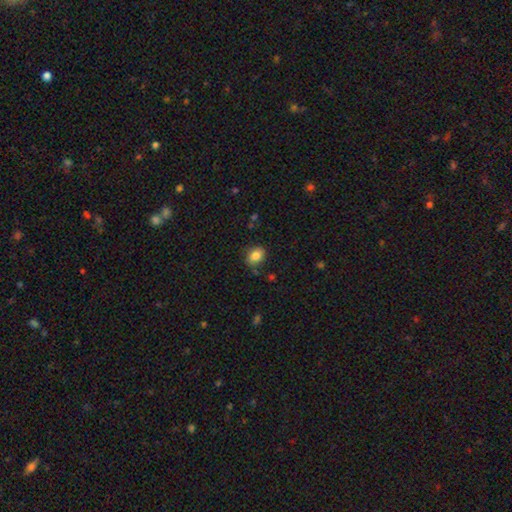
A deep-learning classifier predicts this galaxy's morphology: A smooth galaxy with no disk features (85%) that is in between round and cigar-shaped (60%).

Vote fractions:
- Smooth or featured? smooth: 85% / star or artifact: 9% / featured or disk: 6%
- How rounded? in between: 60% / round: 39% / cigar-shaped: 1%
- Merging? none: 78% / minor disturbance: 15% / major disturbance: 4% / merger: 3%